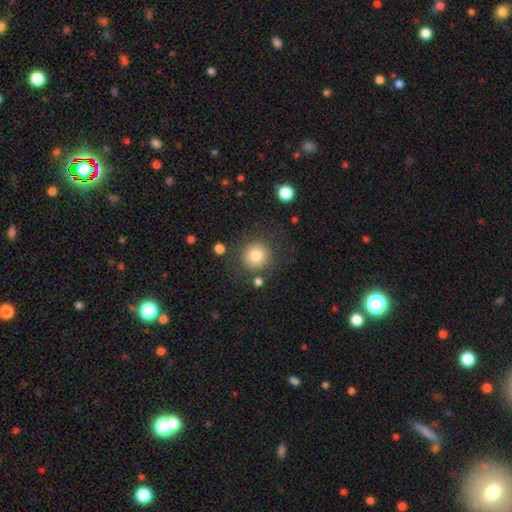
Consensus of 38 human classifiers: Smooth or featured? 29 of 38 (76%) said smooth. How rounded? 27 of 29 (93%) said round. Merging? 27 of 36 (75%) said none.